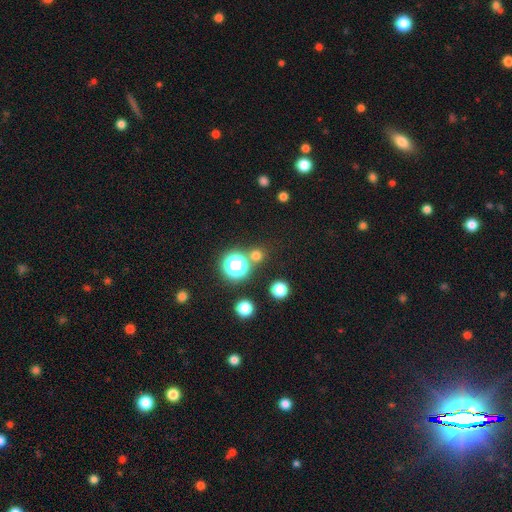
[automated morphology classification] smooth_or_featured: smooth (p=0.64) [alt: star or artifact p=0.30]
how_rounded: round (p=0.92) [alt: in between p=0.07]
merging: none (p=0.77) [alt: merger p=0.12]